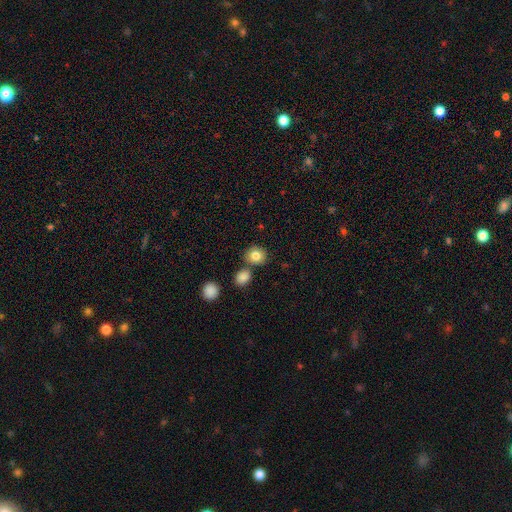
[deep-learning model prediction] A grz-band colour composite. It shows a smooth galaxy with no disk features (82%) that is round (81%). Merging: none (74%).